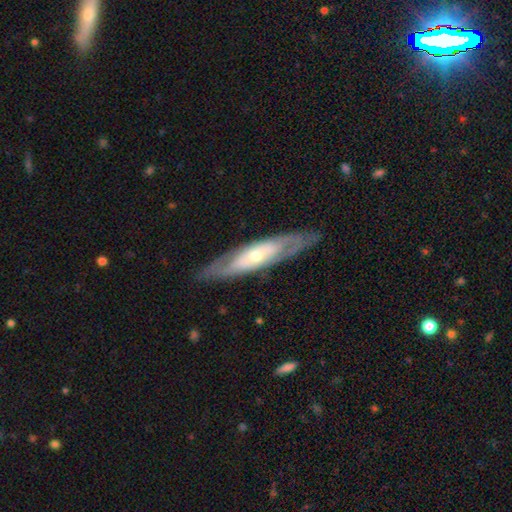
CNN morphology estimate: smooth_or_featured: featured or disk (p=0.69) [alt: smooth p=0.26]
disk_edge_on: no (p=0.60) [alt: yes p=0.40]
merging: none (p=0.81) [alt: minor disturbance p=0.13]